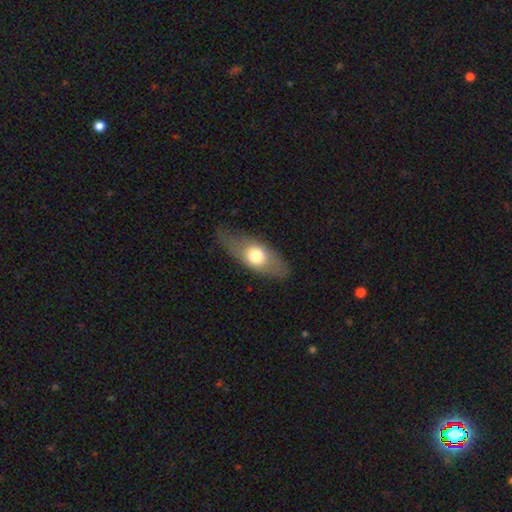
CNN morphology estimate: Overall: smooth (60%; featured or disk 33%). How rounded: in between (76%). Merging: none (70%).